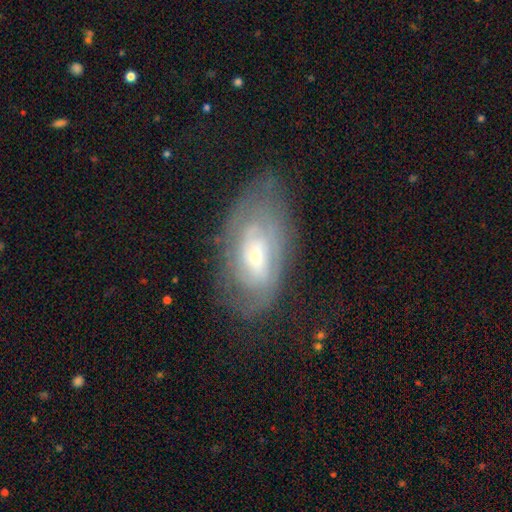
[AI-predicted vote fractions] The model was most divided on "bulge size": small: 61%, moderate: 33%, large: 3%, none: 1%, dominant: 1%. More confident: edge-on disk — no (93%); spiral arms — yes (76%); smooth or featured — featured or disk (69%); merging — none (64%); bar — no (64%).